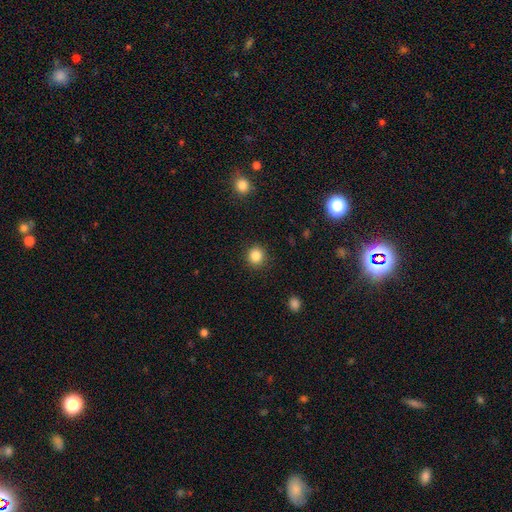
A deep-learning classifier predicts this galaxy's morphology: The model was most divided on "smooth or featured": smooth: 85%, star or artifact: 11%, featured or disk: 4%. More confident: merging — none (91%); how rounded — round (90%).